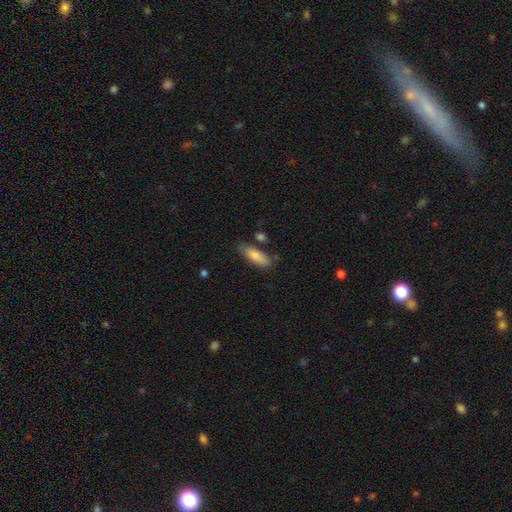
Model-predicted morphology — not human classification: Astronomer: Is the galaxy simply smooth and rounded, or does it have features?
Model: smooth — 82%.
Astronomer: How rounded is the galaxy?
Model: in between — 59% (runner-up: cigar-shaped, 39%).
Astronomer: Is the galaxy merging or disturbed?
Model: none — 73%.